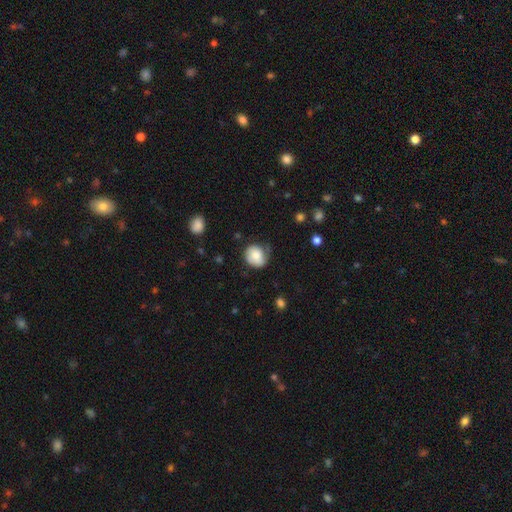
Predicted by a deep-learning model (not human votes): smooth 68%, featured or disk 24%, star or artifact 7%. Down the decision tree: how rounded — round (73%); merging — none (55%).